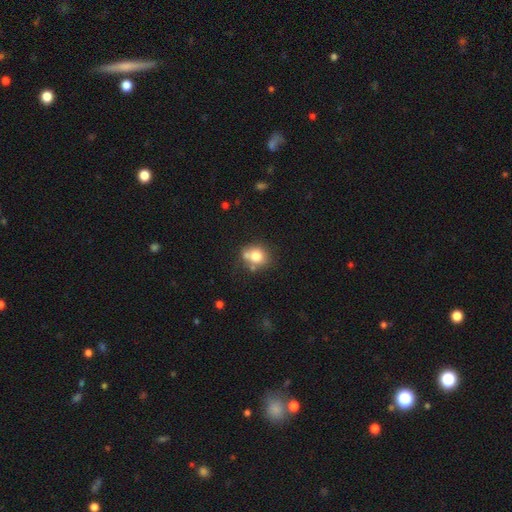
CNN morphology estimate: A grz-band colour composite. It shows a smooth galaxy with no disk features (75%) that is round (72%). Merging: none (59%).